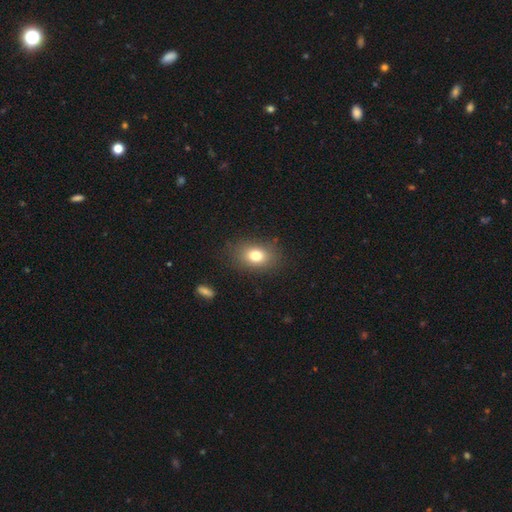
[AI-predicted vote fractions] Smooth or featured? smooth (78%)
How rounded? in between (71%)
Merging? none (82%)